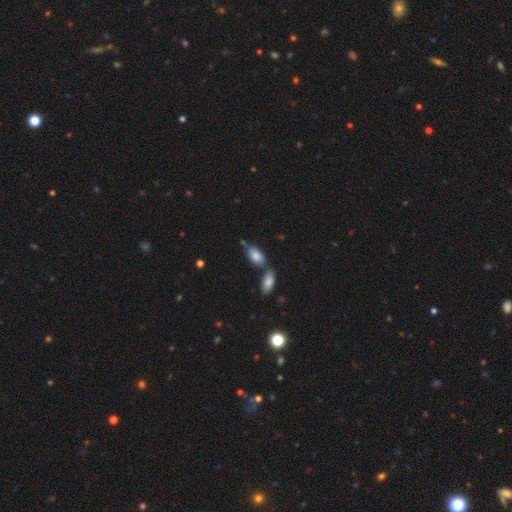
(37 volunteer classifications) A smooth galaxy with no disk features (76%) that is in between round and cigar-shaped (79%).

Vote fractions:
- Smooth or featured? smooth: 76% / featured or disk: 19% / star or artifact: 5%
- How rounded? in between: 79% / cigar-shaped: 21% / round: 0%
- Merging? none: 51% / merger: 29% / minor disturbance: 17% / major disturbance: 3%